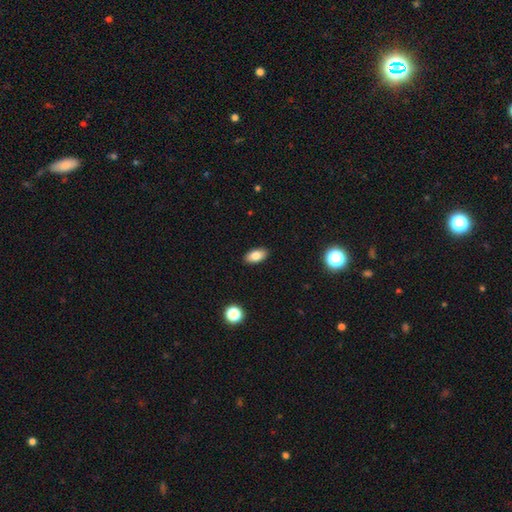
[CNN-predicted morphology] Smooth or featured? smooth (82%)
How rounded? in between (92%)
Merging? none (90%)